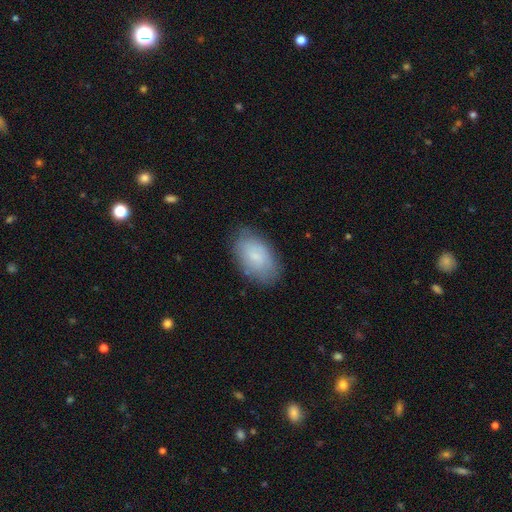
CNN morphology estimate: smooth_or_featured: smooth (p=0.75) [alt: featured or disk p=0.18]
how_rounded: in between (p=0.94) [alt: round p=0.05]
merging: none (p=0.78) [alt: minor disturbance p=0.17]